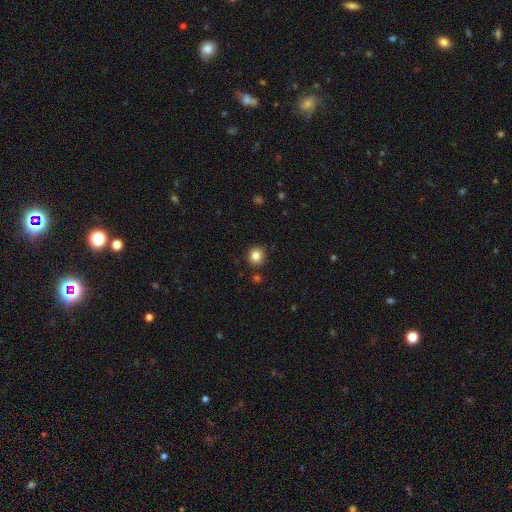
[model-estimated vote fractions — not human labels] Smooth or featured?
  - smooth: 83% *
  - star or artifact: 11%
  - featured or disk: 6%
How rounded?
  - round: 91% *
  - in between: 8%
  - cigar-shaped: 1%
Merging?
  - none: 89% *
  - minor disturbance: 7%
  - merger: 2%
  - major disturbance: 2%